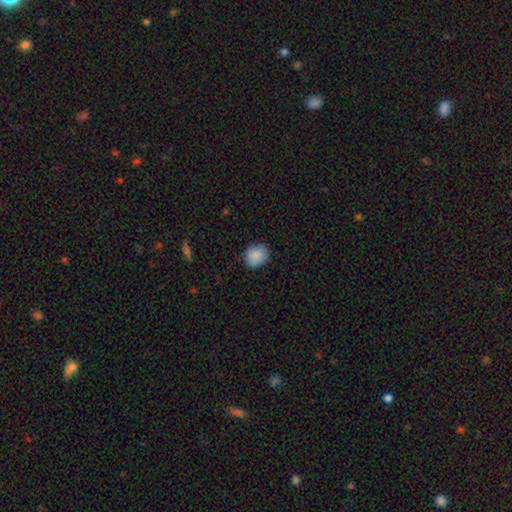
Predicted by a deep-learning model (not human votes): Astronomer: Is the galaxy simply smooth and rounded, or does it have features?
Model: smooth — 88%.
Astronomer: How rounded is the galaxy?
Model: round — 59% (runner-up: in between, 40%).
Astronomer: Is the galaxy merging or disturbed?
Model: none — 85%.